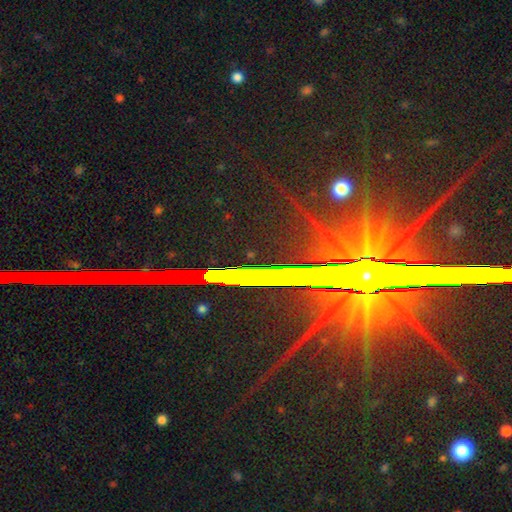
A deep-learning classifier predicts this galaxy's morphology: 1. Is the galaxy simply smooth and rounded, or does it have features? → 80% star or artifact, 14% featured or disk, 7% smooth.